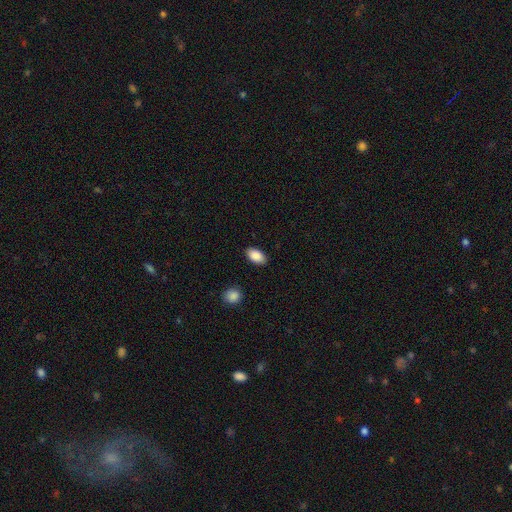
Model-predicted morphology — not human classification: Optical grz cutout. It shows a smooth galaxy with no disk features (89%) that is in between round and cigar-shaped (93%). Merging: none (88%).